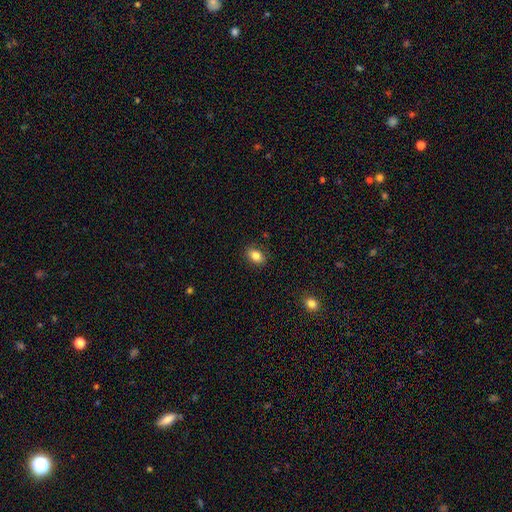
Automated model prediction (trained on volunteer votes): Smooth or featured: smooth — 83% (star or artifact — 9%)
How rounded: in between — 79% (round — 19%)
Merging: none — 87% (minor disturbance — 9%)